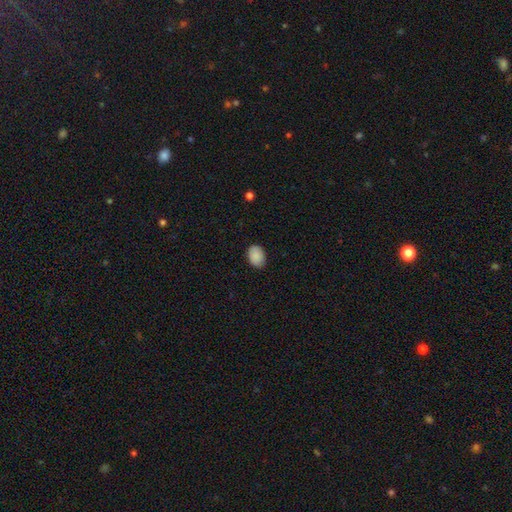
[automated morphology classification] smooth 90%, star or artifact 7%, featured or disk 3%. Down the decision tree: how rounded — in between (77%); merging — none (85%).